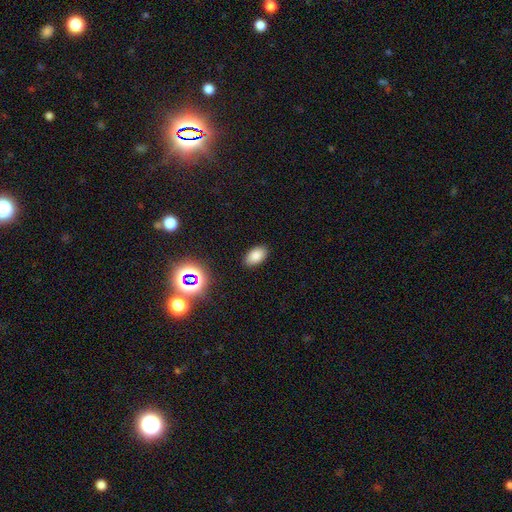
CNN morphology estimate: smooth-or-featured: smooth: 81% | star or artifact: 13% | featured or disk: 6%
  how-rounded: in between: 92% | round: 6% | cigar-shaped: 2%
  merging: none: 87% | minor disturbance: 9% | major disturbance: 2% | merger: 1%